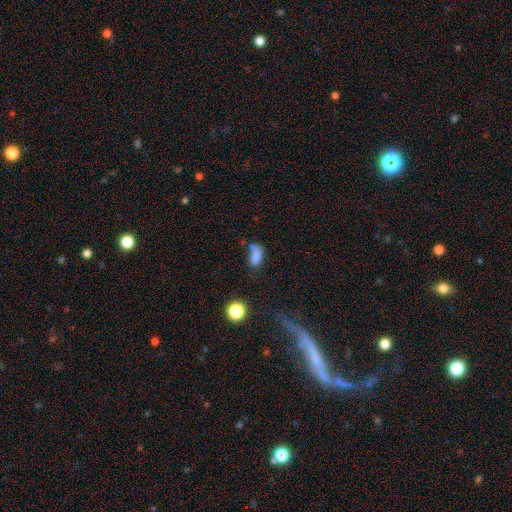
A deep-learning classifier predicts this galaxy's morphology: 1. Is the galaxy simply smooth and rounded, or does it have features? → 75% smooth, 14% star or artifact, 12% featured or disk.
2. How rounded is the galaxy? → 87% in between, 8% round, 5% cigar-shaped.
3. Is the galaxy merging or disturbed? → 34% none, 25% major disturbance, 23% minor disturbance, 18% merger.